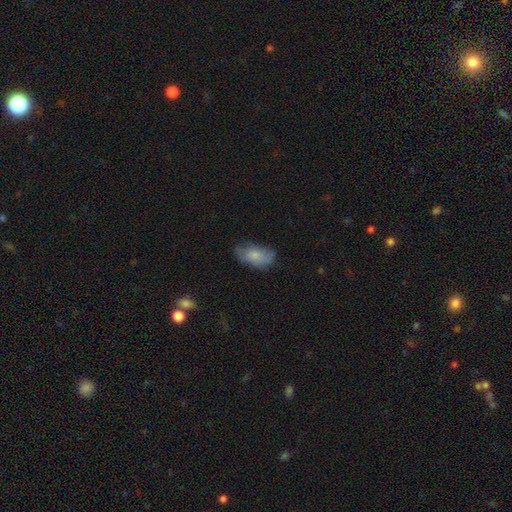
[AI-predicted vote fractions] smooth 75%, featured or disk 17%, star or artifact 7%. Down the decision tree: how rounded — in between (92%); merging — none (59%).